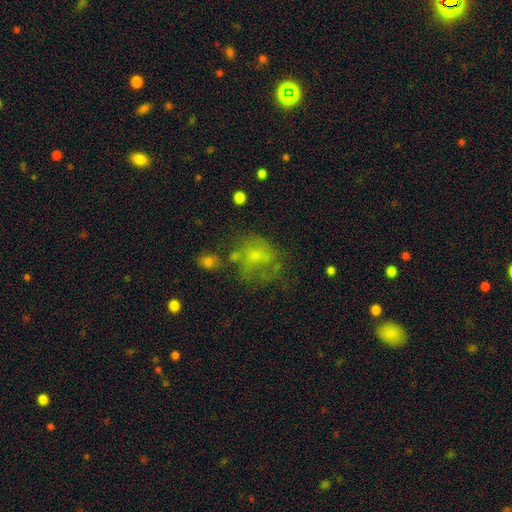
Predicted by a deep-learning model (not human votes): Smooth or featured: smooth — 50% (featured or disk — 34%)
Merging: none — 38% (major disturbance — 31%)